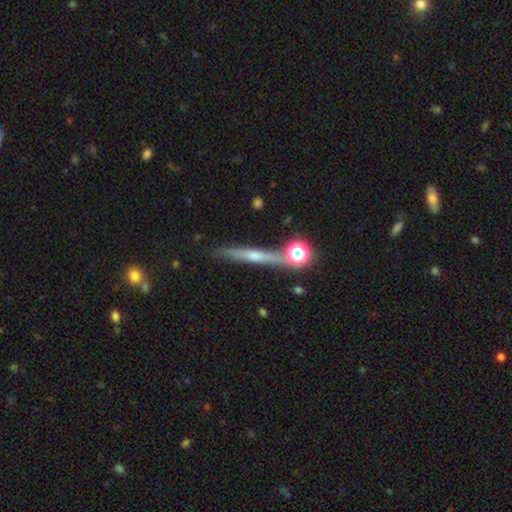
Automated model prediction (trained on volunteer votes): Smooth or featured?
  - featured or disk: 57% *
  - smooth: 31%
  - star or artifact: 11%
Edge-on disk?
  - yes: 95% *
  - no: 5%
Edge-on bulge?
  - rounded: 70% *
  - none: 24%
  - boxy: 6%
Merging?
  - none: 80% *
  - minor disturbance: 10%
  - merger: 7%
  - major disturbance: 3%